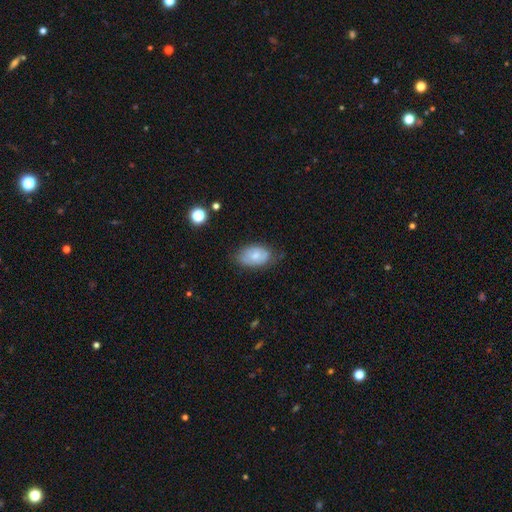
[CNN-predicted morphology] Smooth or featured? smooth (66%)
How rounded? in between (90%)
Merging? none (66%)